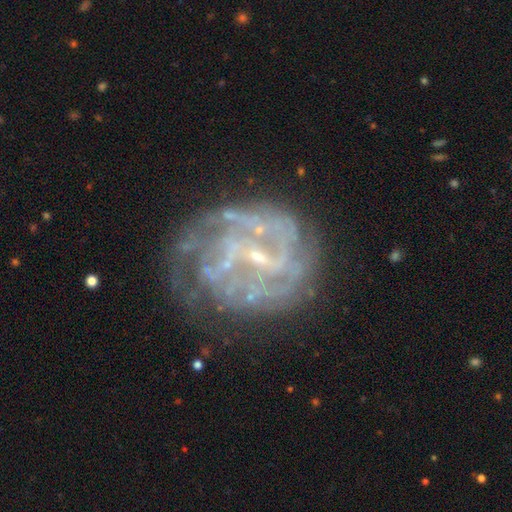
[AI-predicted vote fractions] This appears to be a featured or disk galaxy (81%) with a weak bar (48%), tight (50%) spiral arms (72%) and a small central bulge (70%). Merging: none (60%).